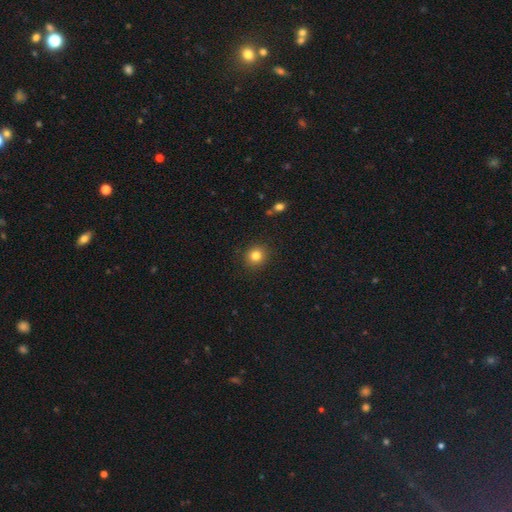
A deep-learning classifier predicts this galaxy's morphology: Smooth or featured? smooth (82%)
How rounded? round (82%)
Merging? none (90%)